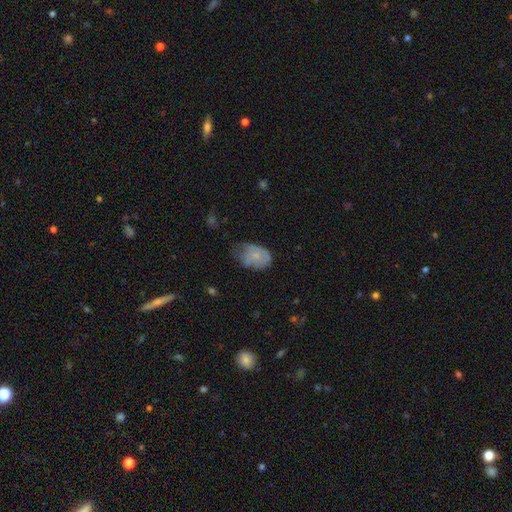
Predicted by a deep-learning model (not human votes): Smooth or featured: smooth — 66% (featured or disk — 26%)
How rounded: in between — 80% (round — 19%)
Merging: minor disturbance — 44% (none — 31%)